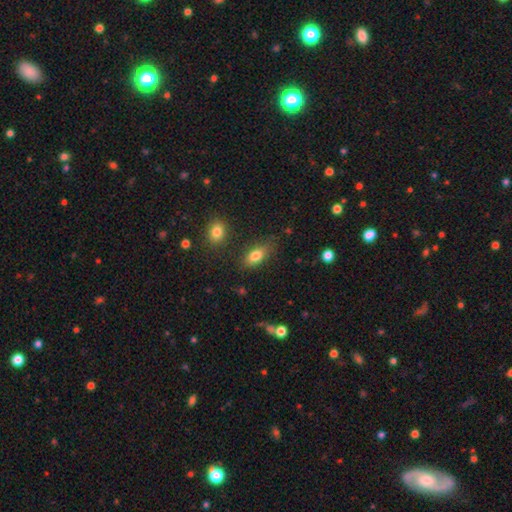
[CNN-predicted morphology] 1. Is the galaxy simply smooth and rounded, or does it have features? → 80% smooth, 11% featured or disk, 9% star or artifact.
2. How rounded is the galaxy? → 85% in between, 8% cigar-shaped, 7% round.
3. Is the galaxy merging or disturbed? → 74% none, 18% minor disturbance, 5% major disturbance, 3% merger.